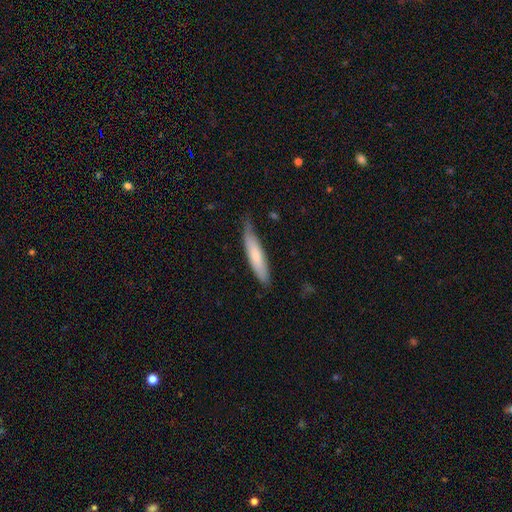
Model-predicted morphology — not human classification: Overall: smooth (72%). How rounded: cigar-shaped (83%). Merging: none (66%; minor disturbance 28%).